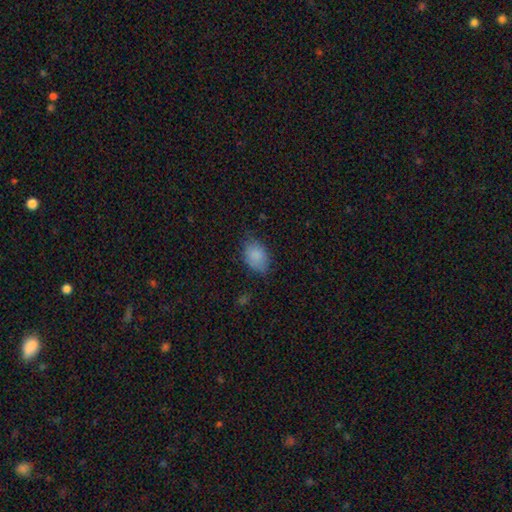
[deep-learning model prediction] This appears to be a smooth galaxy with no disk features (84%) that is in between round and cigar-shaped (84%). Merging: none (64%).